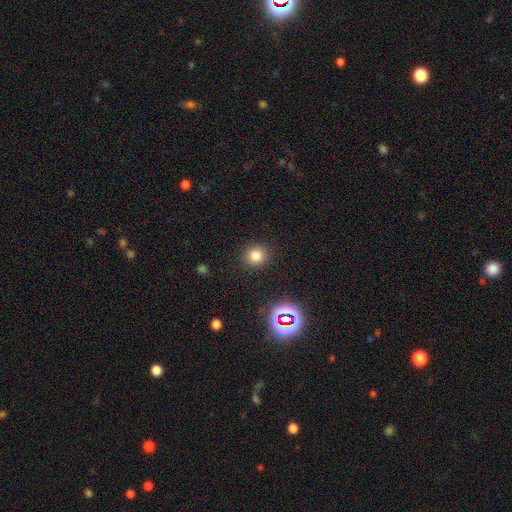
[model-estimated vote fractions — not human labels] A smooth galaxy with no disk features (78%) that is round (83%). Merging: none (88%).